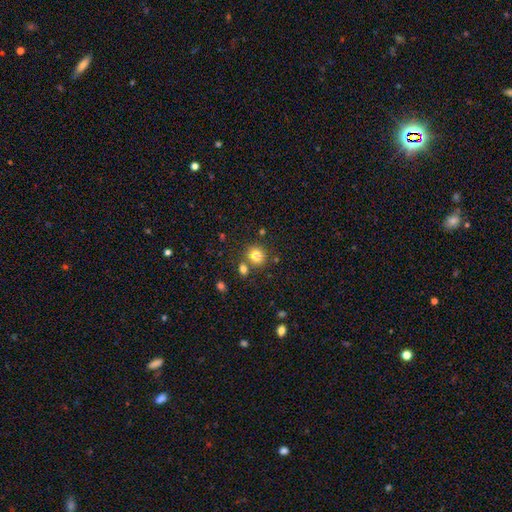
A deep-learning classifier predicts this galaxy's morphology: Smooth or featured? smooth (81%)
How rounded? round (87%)
Merging? none (74%)